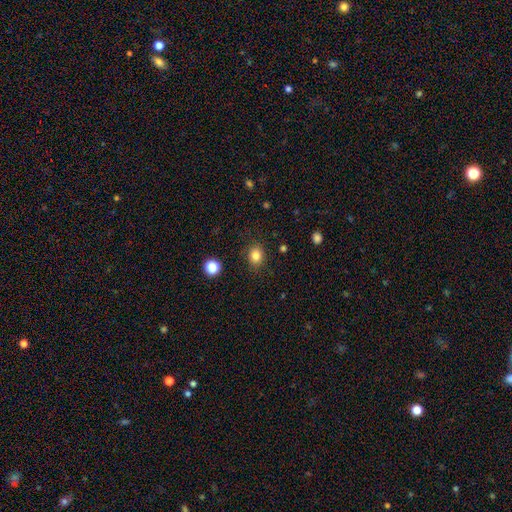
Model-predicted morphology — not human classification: A smooth galaxy with no disk features (83%) that is round (61%). Merging: none (85%).